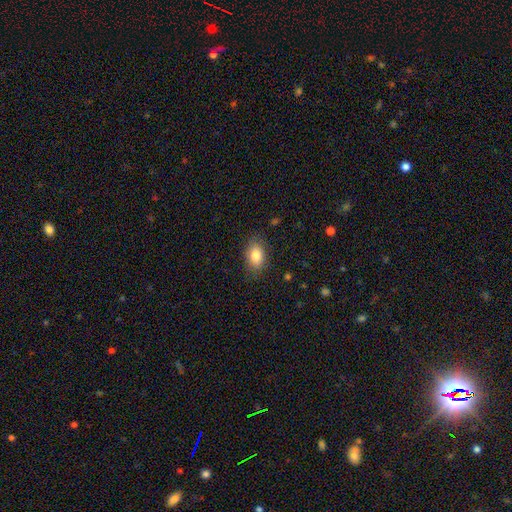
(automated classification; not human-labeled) This is clearly a smooth galaxy (83%). How rounded: clearly in between (87%). Merging: clearly none (83%).